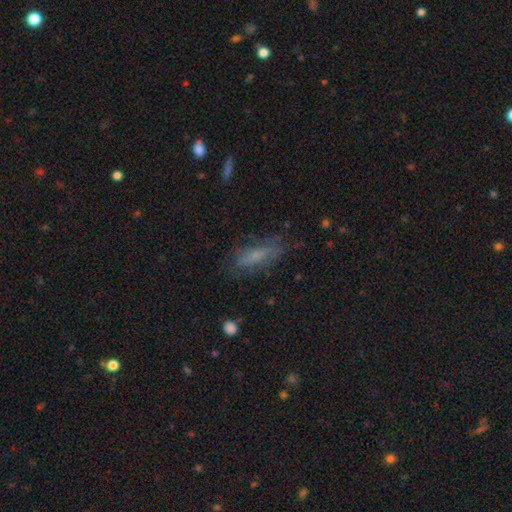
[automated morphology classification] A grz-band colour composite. It shows a smooth galaxy with no disk features (55%) that is in between round and cigar-shaped (54%). Merging: none (66%).